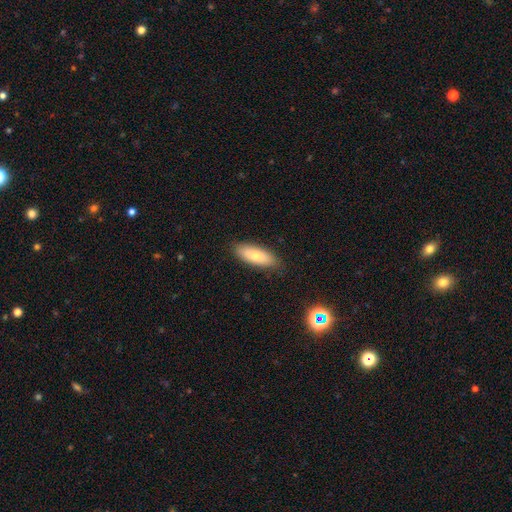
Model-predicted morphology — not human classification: type=smooth (79%); roundness=in between (64%); merging=none (86%).